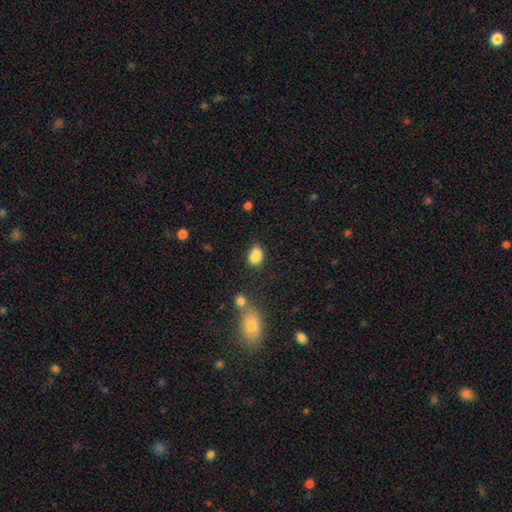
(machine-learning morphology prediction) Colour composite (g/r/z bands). It shows a smooth galaxy with no disk features (87%) that is in between round and cigar-shaped (76%). Merging: none (71%).